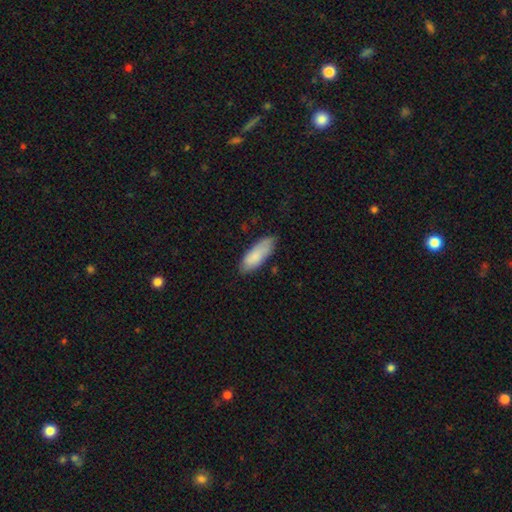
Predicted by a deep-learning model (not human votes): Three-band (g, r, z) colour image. It shows a smooth galaxy with no disk features (85%) that is in between round and cigar-shaped (70%). Merging: none (74%).